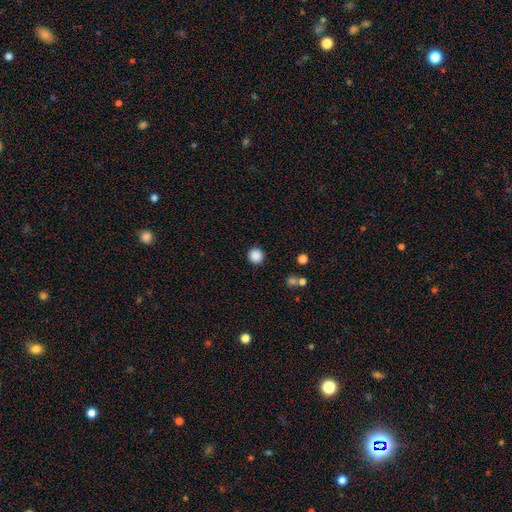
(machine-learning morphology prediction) Smooth or featured?
  - smooth: 87% *
  - star or artifact: 10%
  - featured or disk: 3%
How rounded?
  - round: 95% *
  - in between: 4%
  - cigar-shaped: 1%
Merging?
  - none: 91% *
  - minor disturbance: 5%
  - merger: 2%
  - major disturbance: 2%